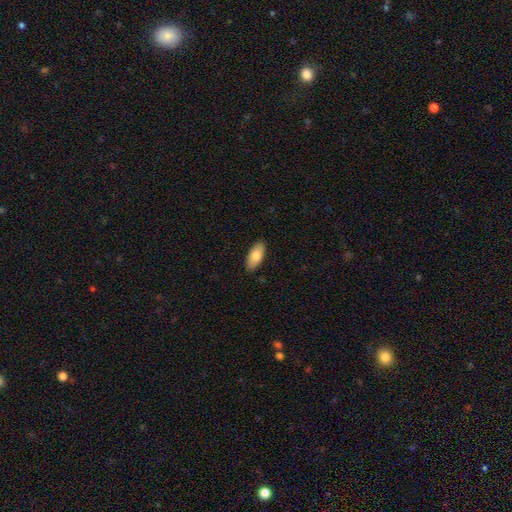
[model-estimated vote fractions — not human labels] The model was most divided on "smooth or featured": smooth: 81%, featured or disk: 13%, star or artifact: 6%. More confident: how rounded — in between (90%); merging — none (88%).